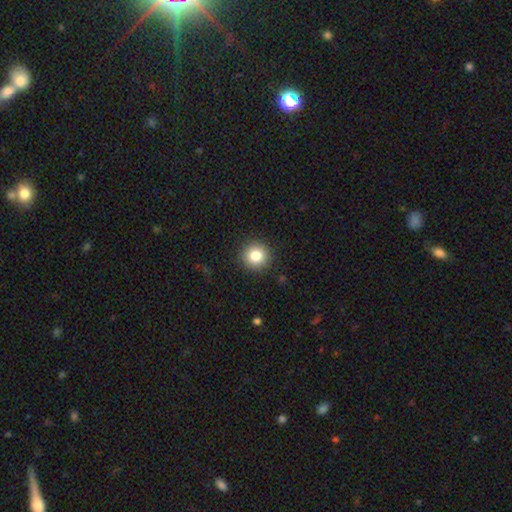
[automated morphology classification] This is clearly a smooth galaxy (84%). How rounded: clearly round (94%). Merging: clearly none (91%).